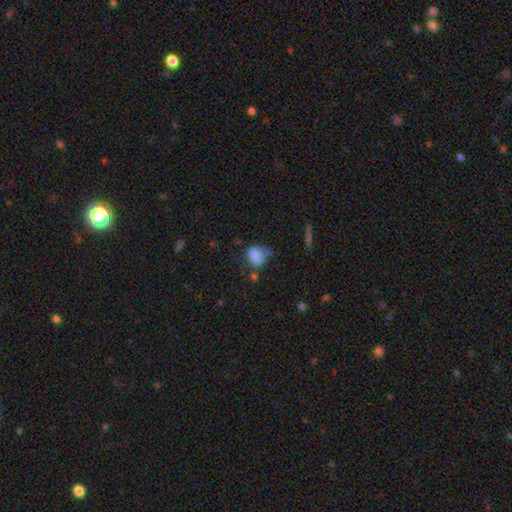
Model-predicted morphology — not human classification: A smooth galaxy with no disk features (74%) that is in between round and cigar-shaped (66%).

Vote fractions:
- Smooth or featured? smooth: 74% / featured or disk: 15% / star or artifact: 11%
- How rounded? in between: 66% / round: 32% / cigar-shaped: 2%
- Merging? none: 37% / minor disturbance: 31% / major disturbance: 20% / merger: 11%